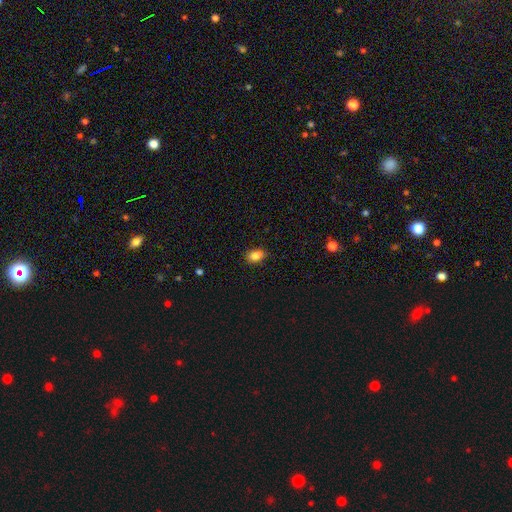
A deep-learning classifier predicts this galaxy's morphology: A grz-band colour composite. It shows a smooth galaxy with no disk features (85%) that is in between round and cigar-shaped (83%). Merging: none (77%).